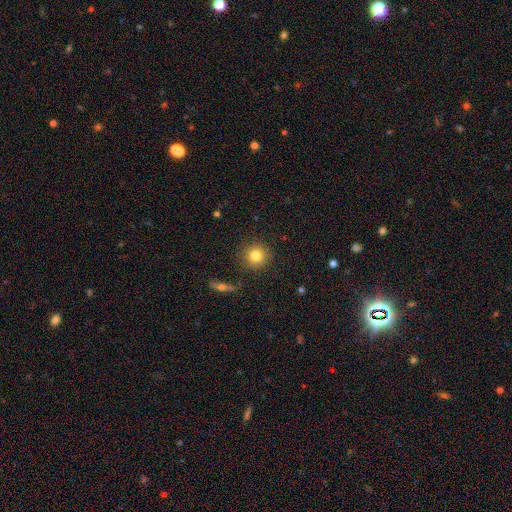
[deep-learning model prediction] Morphology: type=smooth (81%); roundness=round (94%); merging=none (89%).